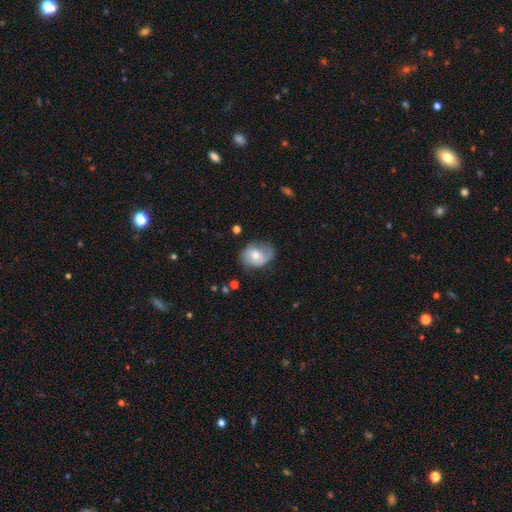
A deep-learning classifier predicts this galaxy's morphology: Q: Smooth or featured?
A: featured or disk (55%); runner-up: smooth (38%)
Q: Edge-on disk?
A: no (96%); runner-up: yes (4%)
Q: Bar?
A: no (70%); runner-up: weak (25%)
Q: Spiral arms?
A: yes (77%); runner-up: no (23%)
Q: Bulge size?
A: moderate (59%); runner-up: small (33%)
Q: Merging?
A: none (50%); runner-up: minor disturbance (30%)